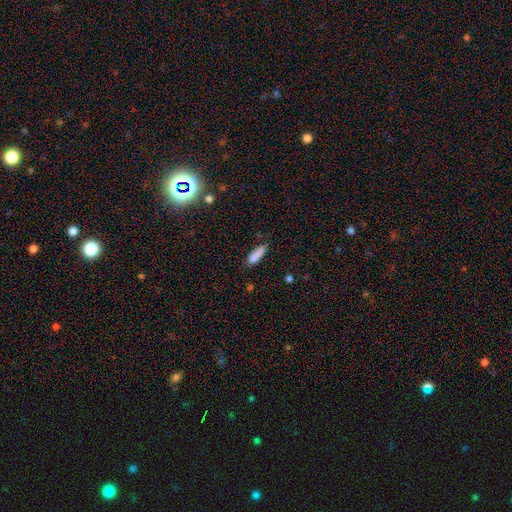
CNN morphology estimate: smooth_or_featured: smooth (p=0.84) [alt: featured or disk p=0.09]
how_rounded: cigar-shaped (p=0.60) [alt: in between p=0.38]
merging: none (p=0.71) [alt: minor disturbance p=0.22]